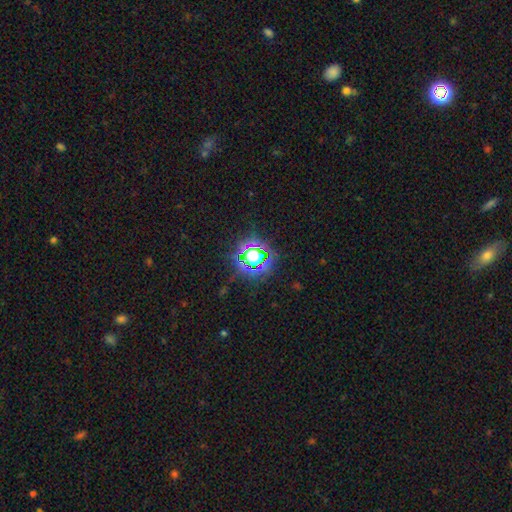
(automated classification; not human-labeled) Overall: star or artifact (68%).